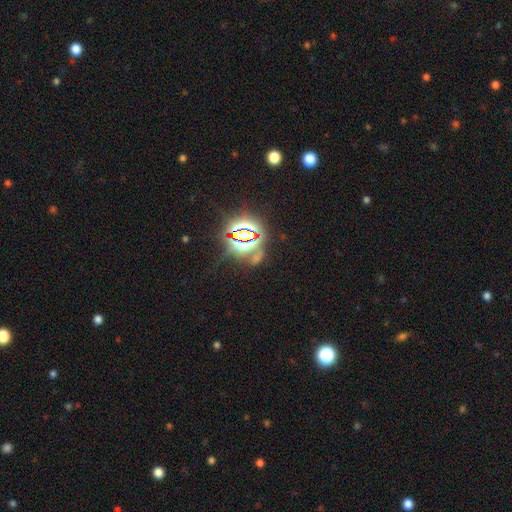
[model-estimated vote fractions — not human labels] A star or artifact, not a galaxy (81%).

Vote fractions:
- Smooth or featured? star or artifact: 81% / smooth: 10% / featured or disk: 9%